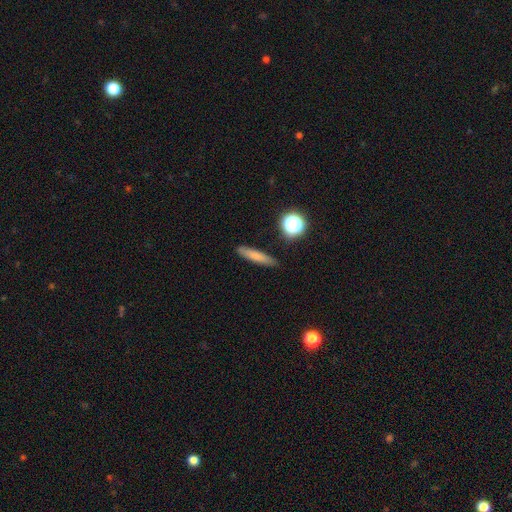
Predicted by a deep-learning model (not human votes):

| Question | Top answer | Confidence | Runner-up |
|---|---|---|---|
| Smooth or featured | smooth | 73% | featured or disk (17%) |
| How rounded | cigar-shaped | 84% | in between (12%) |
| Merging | none | 86% | minor disturbance (10%) |